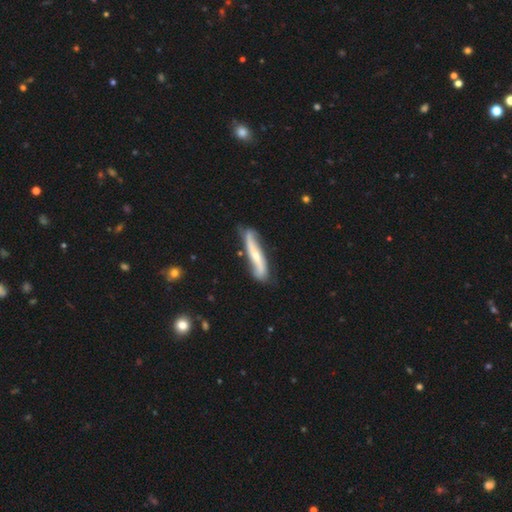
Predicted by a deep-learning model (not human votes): smooth_or_featured: featured or disk (p=0.69) [alt: smooth p=0.25]
disk_edge_on: no (p=0.58) [alt: yes p=0.42]
merging: none (p=0.70) [alt: minor disturbance p=0.22]